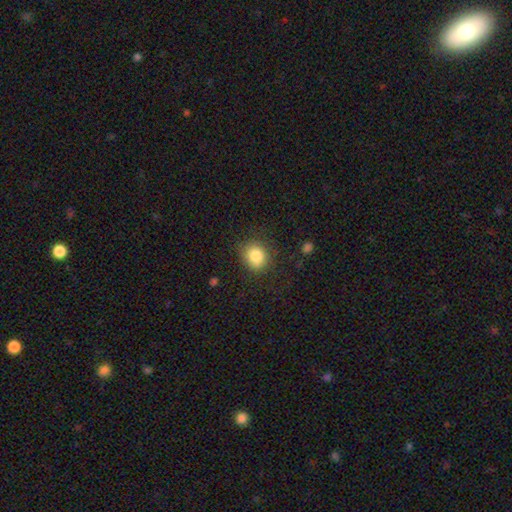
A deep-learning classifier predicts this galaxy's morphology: smooth_or_featured: smooth (p=0.83) [alt: star or artifact p=0.09]
how_rounded: round (p=0.71) [alt: in between p=0.28]
merging: none (p=0.79) [alt: minor disturbance p=0.14]